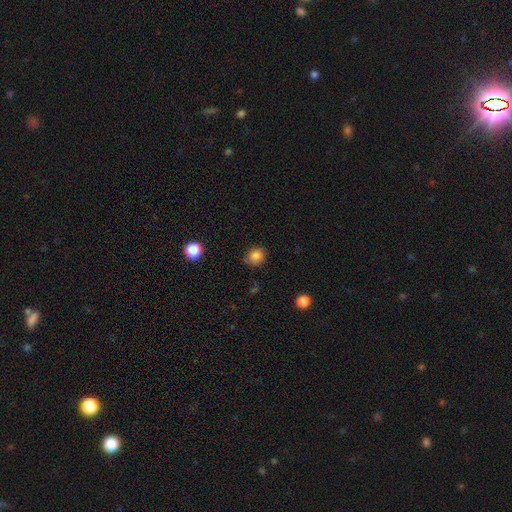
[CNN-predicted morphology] Smooth or featured? smooth (83%)
How rounded? round (70%)
Merging? none (75%)